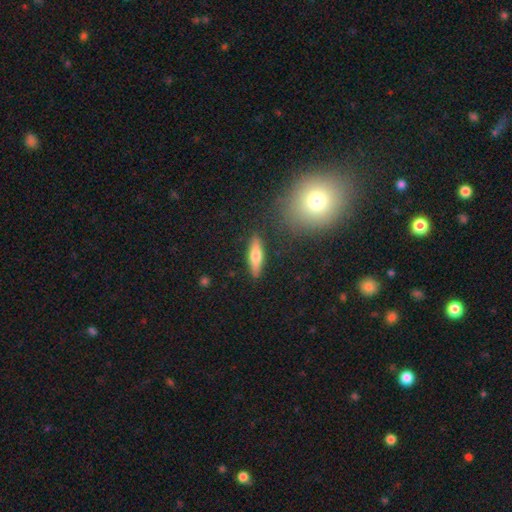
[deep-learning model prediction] Smooth or featured? Predicted: smooth (p=0.63). How rounded? Predicted: cigar-shaped (p=0.66). Merging? Predicted: none (p=0.87).